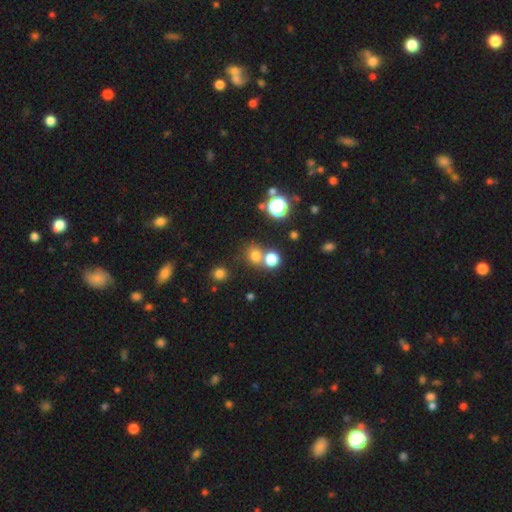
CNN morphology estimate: Smooth or featured?
  - smooth: 72% *
  - star or artifact: 21%
  - featured or disk: 7%
How rounded?
  - round: 83% *
  - in between: 16%
  - cigar-shaped: 1%
Merging?
  - none: 62% *
  - merger: 27%
  - minor disturbance: 8%
  - major disturbance: 4%